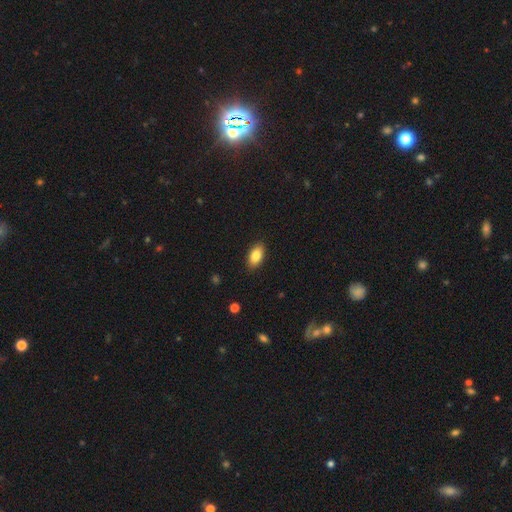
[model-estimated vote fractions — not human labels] smooth 84%, featured or disk 8%, star or artifact 7%. Down the decision tree: how rounded — in between (92%); merging — none (89%).